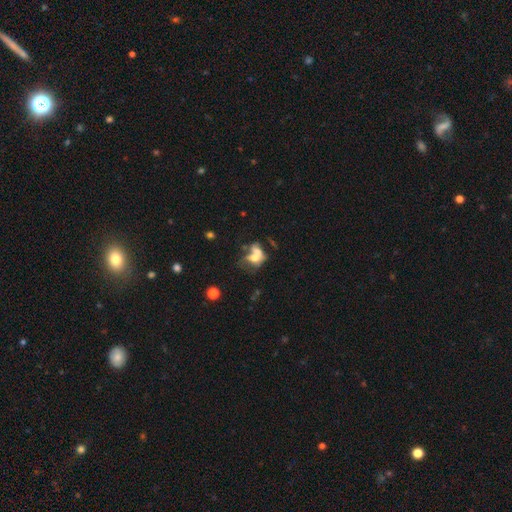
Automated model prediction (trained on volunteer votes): smooth-or-featured: smooth: 50% | featured or disk: 37% | star or artifact: 13%
  how-rounded: in between: 68% | round: 28% | cigar-shaped: 4%
  merging: merger: 63% | none: 16% | major disturbance: 12% | minor disturbance: 8%